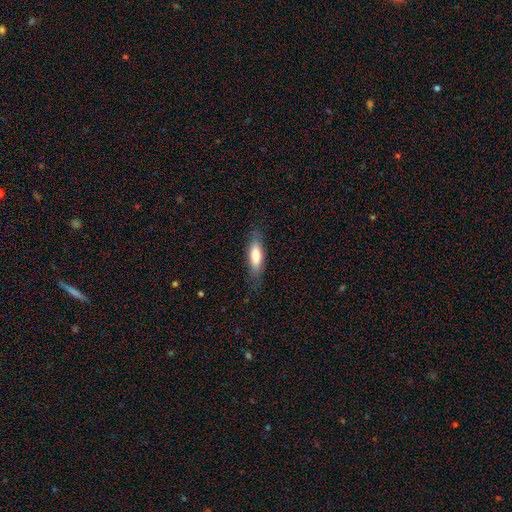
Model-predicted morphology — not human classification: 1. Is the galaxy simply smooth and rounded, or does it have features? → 75% smooth, 19% featured or disk, 6% star or artifact.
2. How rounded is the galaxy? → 53% in between, 46% cigar-shaped, 2% round.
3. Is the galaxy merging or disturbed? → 78% none, 17% minor disturbance, 4% major disturbance, 1% merger.